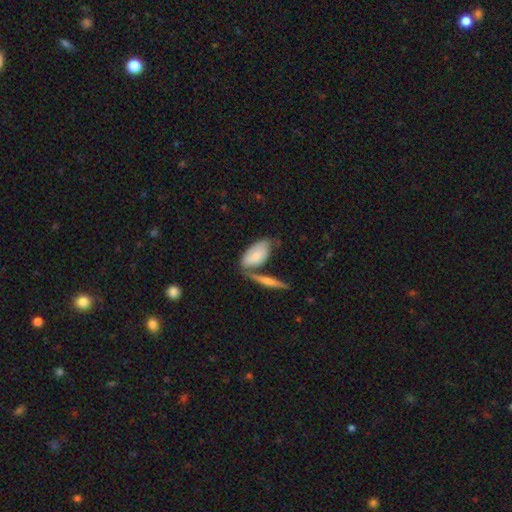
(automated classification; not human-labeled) This is likely a smooth galaxy (71%). How rounded: clearly in between (88%). Merging: marginally none (41%).